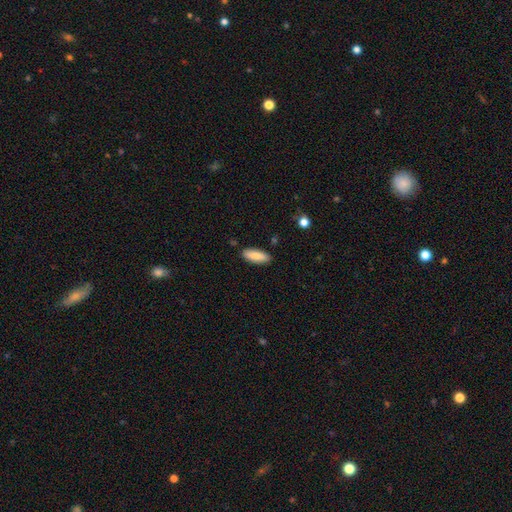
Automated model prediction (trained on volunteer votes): Overall: smooth (83%). How rounded: in between (64%; cigar-shaped 34%). Merging: none (87%).